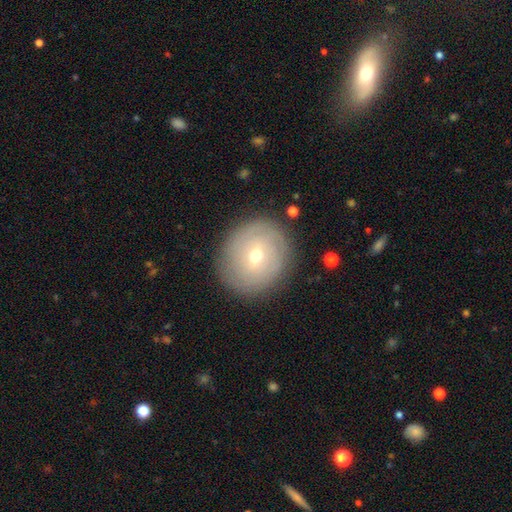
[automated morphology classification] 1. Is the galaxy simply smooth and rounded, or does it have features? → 45% smooth (tied), 45% featured or disk (tied), 10% star or artifact.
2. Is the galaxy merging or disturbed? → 86% none, 9% minor disturbance, 3% major disturbance, 1% merger.